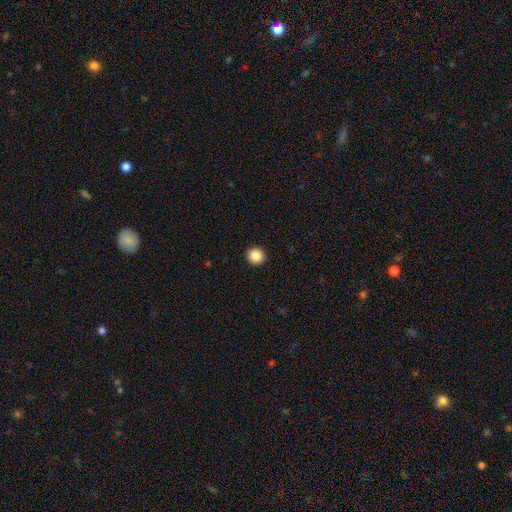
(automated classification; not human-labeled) A smooth galaxy with no disk features (86%) that is round (95%). Merging: none (94%).